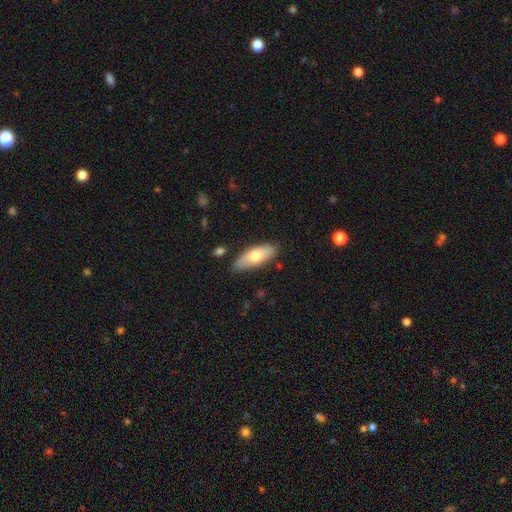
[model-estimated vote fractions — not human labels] A smooth galaxy with no disk features (68%) that is in between round and cigar-shaped (70%).

Vote fractions:
- Smooth or featured? smooth: 68% / featured or disk: 26% / star or artifact: 6%
- How rounded? in between: 70% / cigar-shaped: 27% / round: 3%
- Merging? none: 80% / minor disturbance: 15% / major disturbance: 3% / merger: 2%